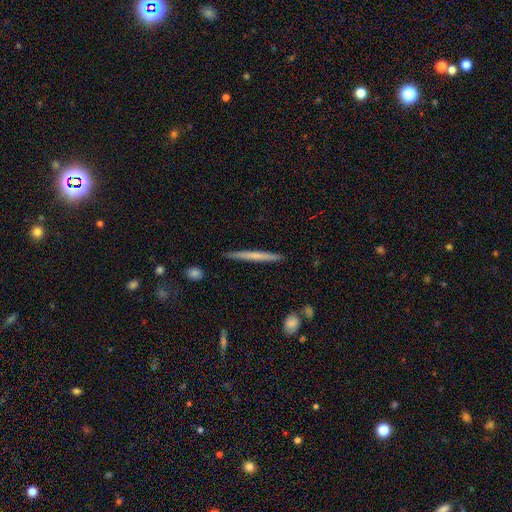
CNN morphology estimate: smooth-or-featured: smooth: 55% | featured or disk: 40% | star or artifact: 6%
  how-rounded: cigar-shaped: 97% | in between: 2% | round: 1%
  merging: none: 90% | minor disturbance: 7% | major disturbance: 1% | merger: 1%